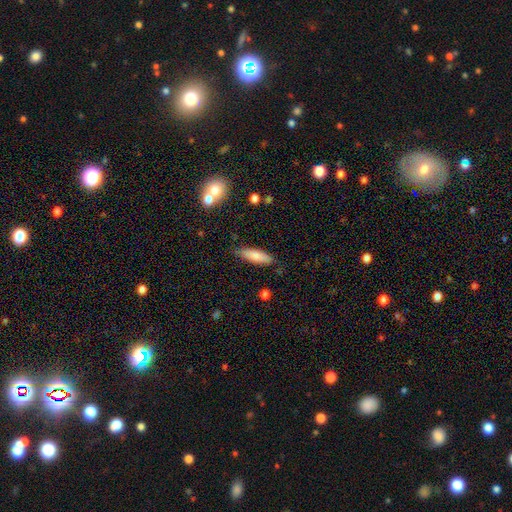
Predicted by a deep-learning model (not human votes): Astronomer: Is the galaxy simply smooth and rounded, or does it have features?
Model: smooth — 79%.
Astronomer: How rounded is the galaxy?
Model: cigar-shaped — 56% (runner-up: in between, 42%).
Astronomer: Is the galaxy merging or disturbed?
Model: none — 82%.